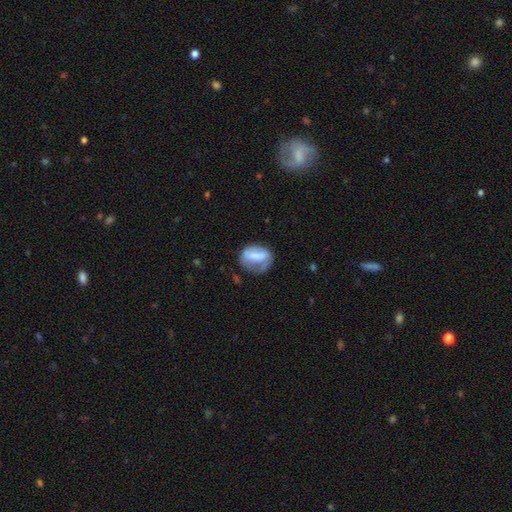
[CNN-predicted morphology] A smooth galaxy with no disk features (56%) that is in between round and cigar-shaped (54%). Merging: none (43%).